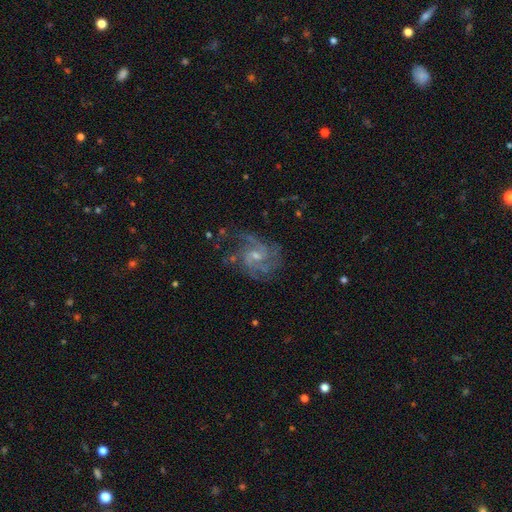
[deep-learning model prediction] smooth-or-featured: featured or disk: 85% | star or artifact: 8% | smooth: 7%
  disk-edge-on: no: 98% | yes: 2%
    bar: no: 49% | weak: 43% | strong: 7%
    has-spiral-arms: yes: 96% | no: 4%
      spiral-winding: medium: 52% | tight: 31% | loose: 17%
      spiral-arm-count: 2: 30% | 3: 28% | can't tell: 19% | 4: 10% | 1: 6% | more than 4: 6%
    bulge-size: small: 60% | moderate: 33% | none: 4% | large: 1% | dominant: 1%
  merging: none: 65% | minor disturbance: 19% | major disturbance: 14% | merger: 2%